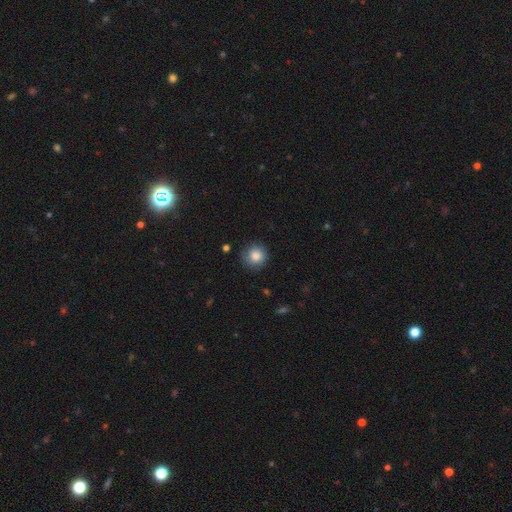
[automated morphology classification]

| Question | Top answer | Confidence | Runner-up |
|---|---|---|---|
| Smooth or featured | smooth | 85% | star or artifact (9%) |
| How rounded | round | 93% | in between (6%) |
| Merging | none | 85% | minor disturbance (11%) |